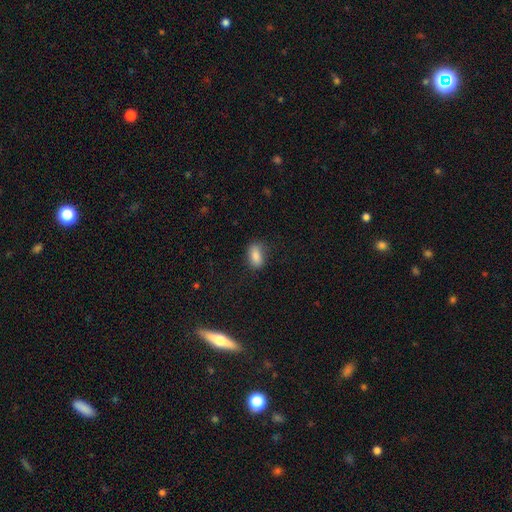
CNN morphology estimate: This appears to be a smooth galaxy with no disk features (83%) that is in between round and cigar-shaped (87%). Merging: none (74%).